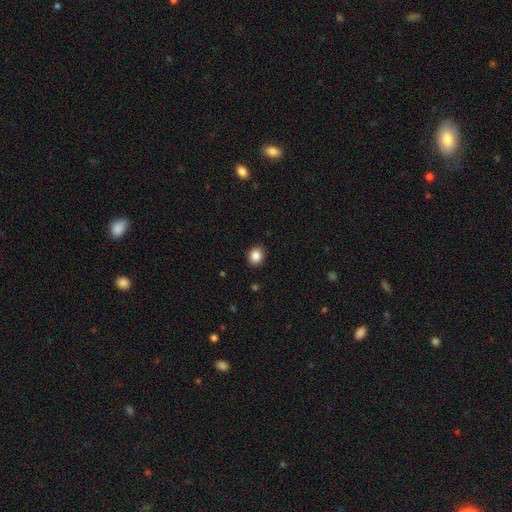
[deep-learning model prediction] Smooth or featured? Predicted: smooth (p=0.87). How rounded? Predicted: round (p=0.65). Merging? Predicted: none (p=0.91).